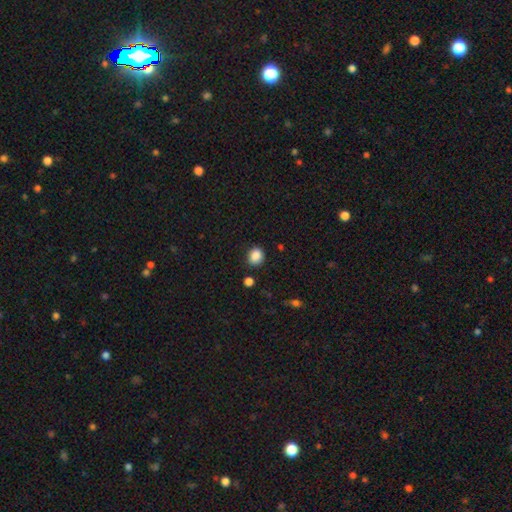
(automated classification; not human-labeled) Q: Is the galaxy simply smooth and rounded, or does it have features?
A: smooth — 87%.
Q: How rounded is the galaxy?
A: round — 68%.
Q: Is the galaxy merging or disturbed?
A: none — 83%.